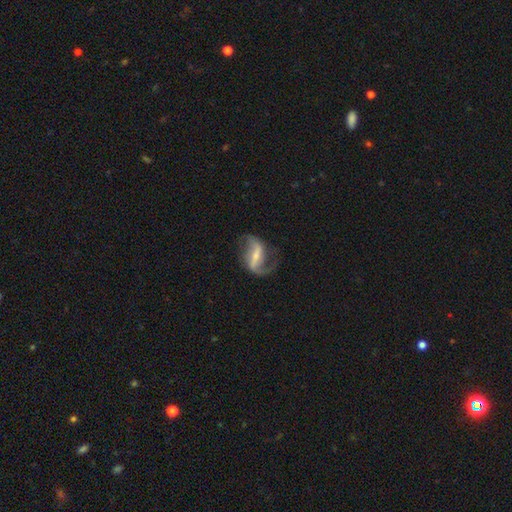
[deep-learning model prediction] smooth_or_featured: featured or disk (p=0.86) [alt: smooth p=0.09]
disk_edge_on: no (p=0.96) [alt: yes p=0.04]
bar: strong (p=0.55) [alt: weak p=0.33]
has_spiral_arms: yes (p=0.94) [alt: no p=0.06]
spiral_winding: loose (p=0.68) [alt: medium p=0.26]
spiral_arm_count: 2 (p=0.84) [alt: 1 p=0.10]
bulge_size: small (p=0.52) [alt: moderate p=0.29]
merging: none (p=0.66) [alt: minor disturbance p=0.17]